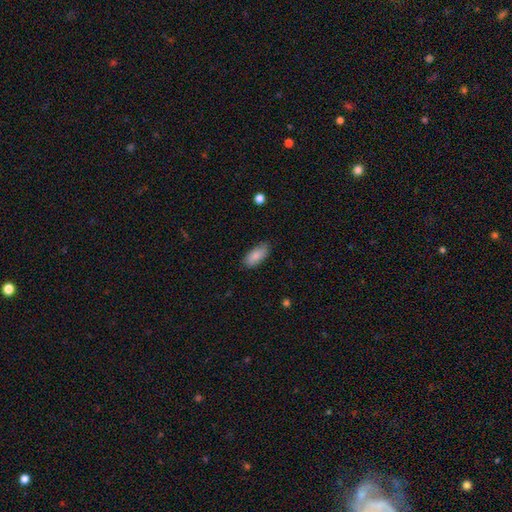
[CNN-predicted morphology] smooth 85%, featured or disk 8%, star or artifact 6%. Down the decision tree: how rounded — in between (87%); merging — none (80%).